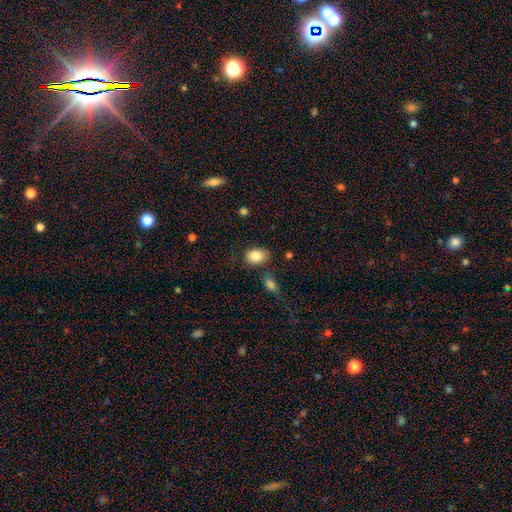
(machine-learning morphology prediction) type=smooth (84%); roundness=in between (81%); merging=none (69%).